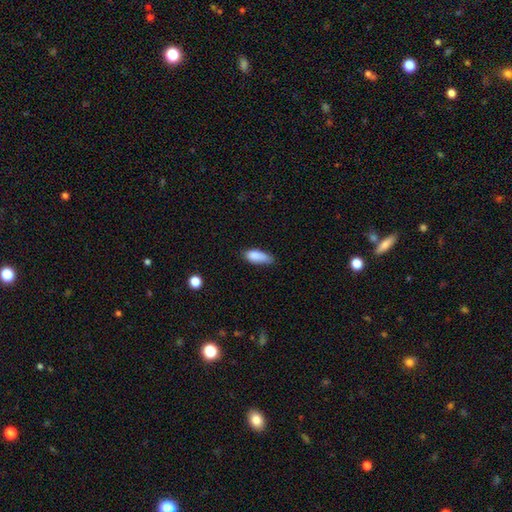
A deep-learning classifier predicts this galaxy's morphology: Smooth or featured? smooth (84%)
How rounded? in between (77%)
Merging? none (54%)